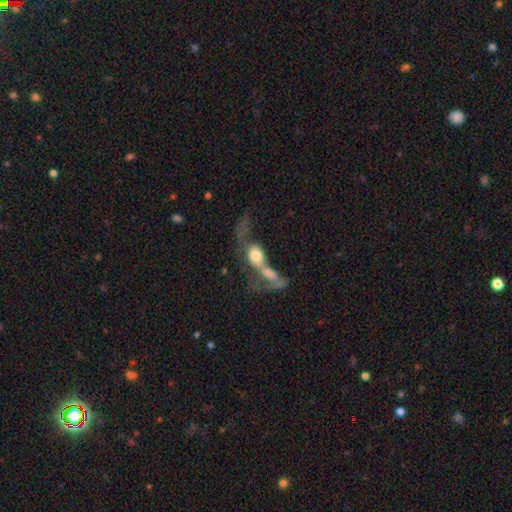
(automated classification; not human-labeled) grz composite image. It shows a smooth galaxy with no disk features (53%) that is in between round and cigar-shaped (61%). Merging: merger (72%).